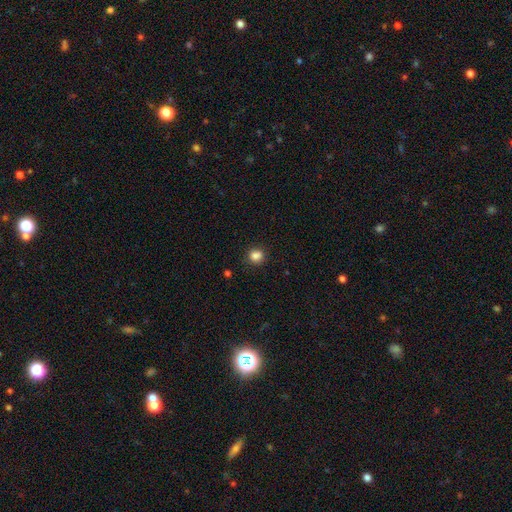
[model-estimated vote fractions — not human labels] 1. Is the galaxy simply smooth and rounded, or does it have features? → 85% smooth, 12% star or artifact, 4% featured or disk.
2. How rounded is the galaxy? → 78% round, 21% in between, 1% cigar-shaped.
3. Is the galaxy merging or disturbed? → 87% none, 9% minor disturbance, 2% major disturbance, 2% merger.